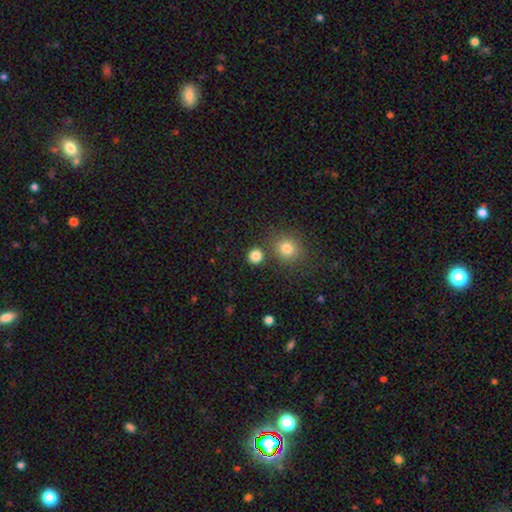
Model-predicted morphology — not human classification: This is clearly a smooth galaxy (83%). How rounded: clearly round (90%). Merging: clearly none (82%).